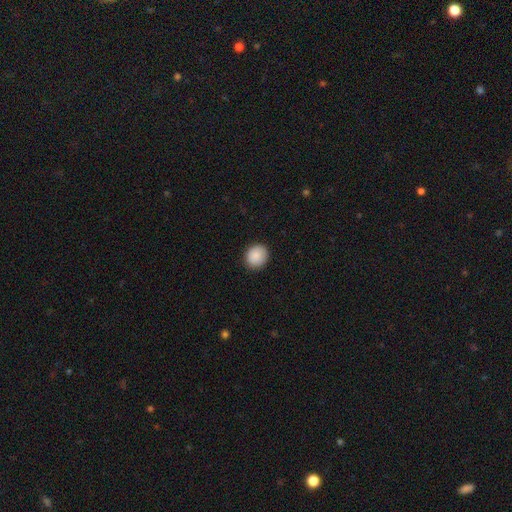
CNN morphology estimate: smooth 89%, star or artifact 8%, featured or disk 3%. Down the decision tree: how rounded — round (83%); merging — none (90%).